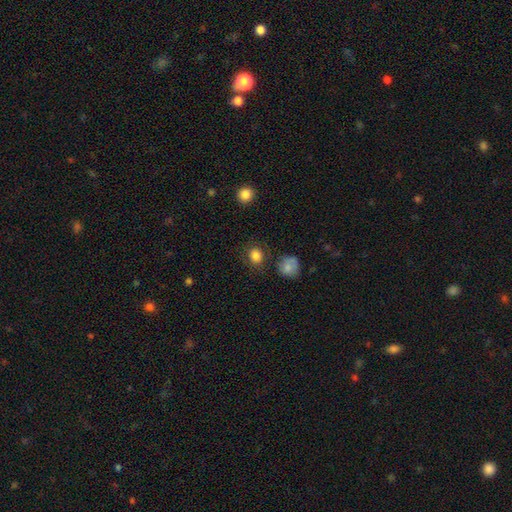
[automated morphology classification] Q: Smooth or featured?
A: smooth (84%); runner-up: star or artifact (11%)
Q: How rounded?
A: round (80%); runner-up: in between (19%)
Q: Merging?
A: none (82%); runner-up: minor disturbance (11%)